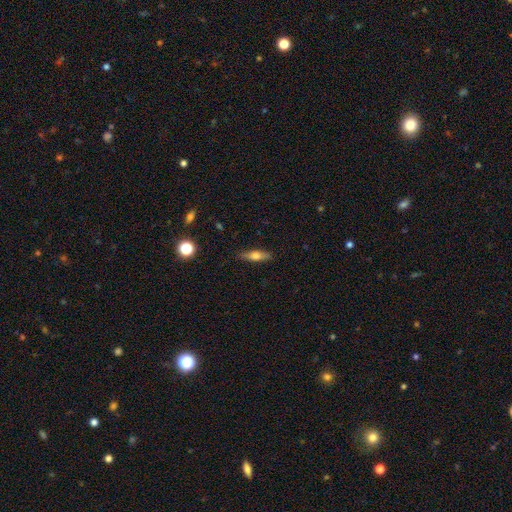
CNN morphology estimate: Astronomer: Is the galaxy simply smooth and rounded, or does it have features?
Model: smooth — 54% (runner-up: featured or disk, 38%).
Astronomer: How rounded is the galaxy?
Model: cigar-shaped — 63%.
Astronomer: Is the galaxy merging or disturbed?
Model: none — 86%.